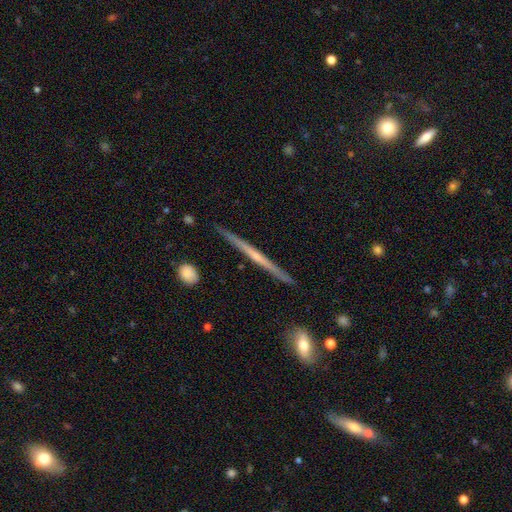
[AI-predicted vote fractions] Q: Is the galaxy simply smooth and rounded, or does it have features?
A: featured or disk — 71%.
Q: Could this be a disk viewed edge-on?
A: yes — 98%.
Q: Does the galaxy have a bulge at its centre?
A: none — 54%.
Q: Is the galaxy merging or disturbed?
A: none — 89%.